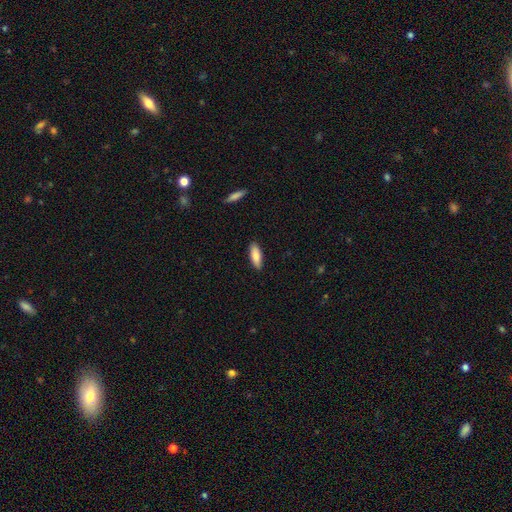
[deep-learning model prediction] Smooth or featured? smooth (85%)
How rounded? in between (60%)
Merging? none (88%)